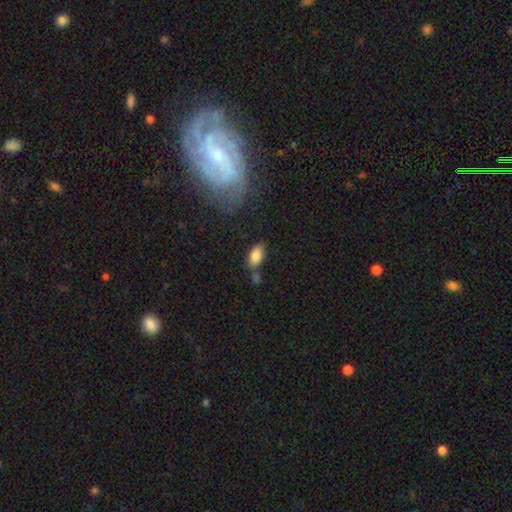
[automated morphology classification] smooth_or_featured: smooth (p=0.84) [alt: featured or disk p=0.08]
how_rounded: in between (p=0.92) [alt: round p=0.05]
merging: none (p=0.69) [alt: minor disturbance p=0.15]